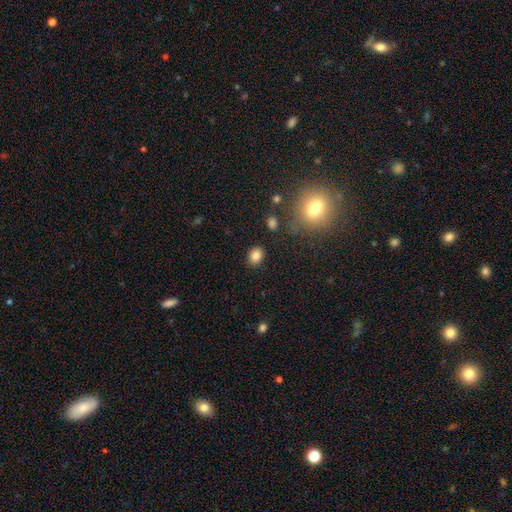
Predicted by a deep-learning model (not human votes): smooth-or-featured: smooth: 83% | star or artifact: 11% | featured or disk: 6%
  how-rounded: round: 55% | in between: 44% | cigar-shaped: 1%
  merging: none: 87% | minor disturbance: 8% | major disturbance: 3% | merger: 2%